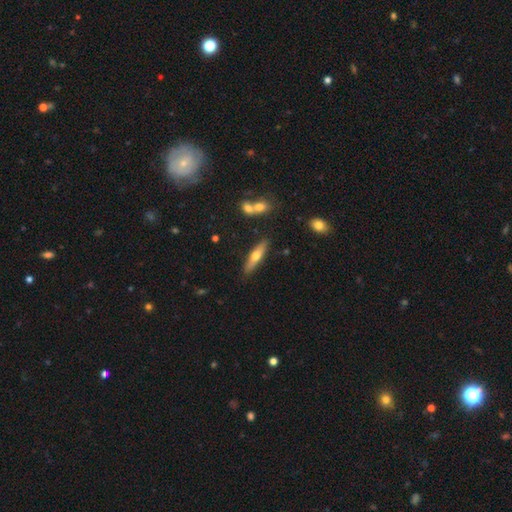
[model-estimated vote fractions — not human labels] The model was most divided on "smooth or featured": smooth: 50%, featured or disk: 44%, star or artifact: 6%. More confident: merging — none (85%); how rounded — cigar-shaped (77%).